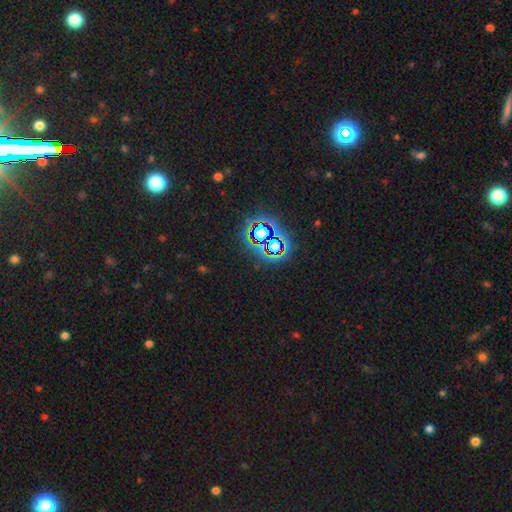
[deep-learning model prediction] smooth_or_featured: star or artifact (p=0.73) [alt: smooth p=0.18]